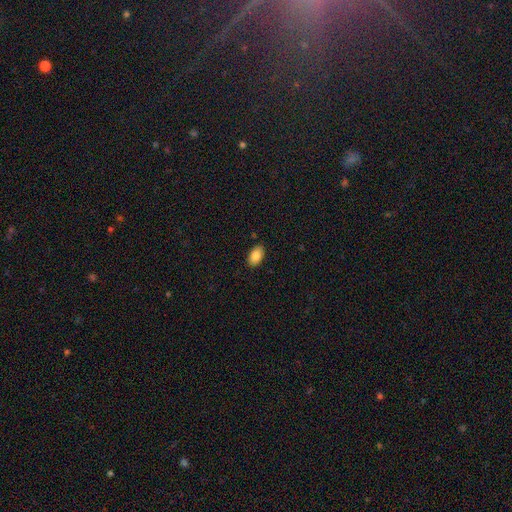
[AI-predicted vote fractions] The model was most divided on "merging": none: 88%, minor disturbance: 9%, major disturbance: 2%, merger: 1%. More confident: how rounded — in between (92%); smooth or featured — smooth (86%).